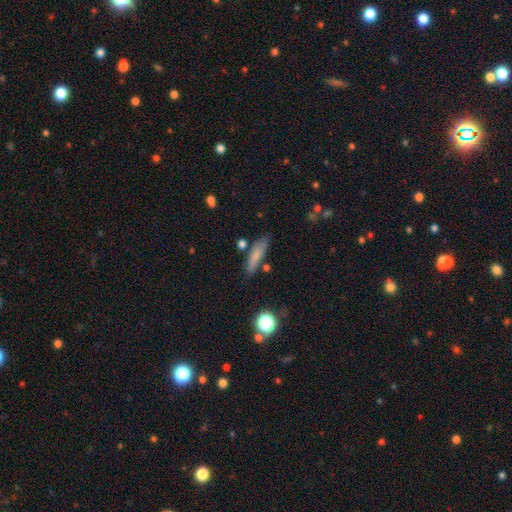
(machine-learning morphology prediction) smooth-or-featured: smooth: 74% | featured or disk: 17% | star or artifact: 9%
  how-rounded: cigar-shaped: 72% | in between: 25% | round: 3%
  merging: none: 75% | minor disturbance: 15% | merger: 6% | major disturbance: 4%